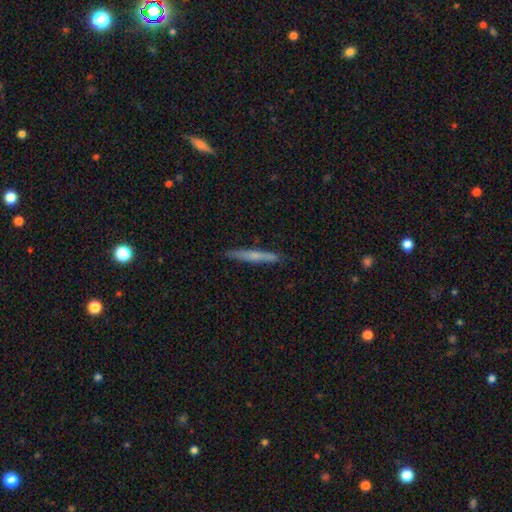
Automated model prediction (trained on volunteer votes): smooth-or-featured: smooth: 50% | featured or disk: 44% | star or artifact: 6%
  merging: none: 88% | minor disturbance: 9% | major disturbance: 2% | merger: 1%